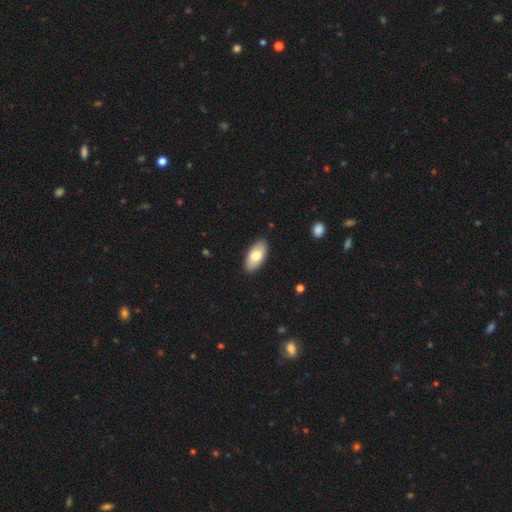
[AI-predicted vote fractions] Smooth or featured?
  - smooth: 72% *
  - featured or disk: 23%
  - star or artifact: 5%
How rounded?
  - in between: 93% *
  - cigar-shaped: 5%
  - round: 2%
Merging?
  - none: 89% *
  - minor disturbance: 9%
  - major disturbance: 2%
  - merger: 1%